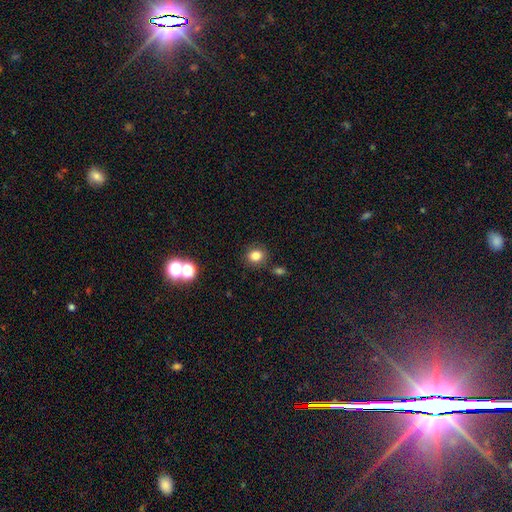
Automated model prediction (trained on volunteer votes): Q: Smooth or featured?
A: smooth (81%); runner-up: star or artifact (13%)
Q: How rounded?
A: round (75%); runner-up: in between (24%)
Q: Merging?
A: none (81%); runner-up: minor disturbance (10%)